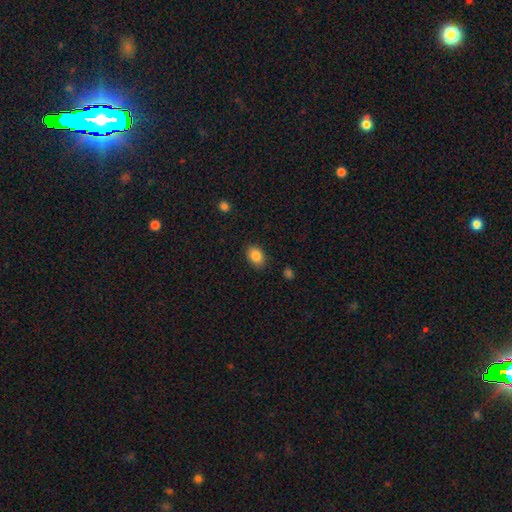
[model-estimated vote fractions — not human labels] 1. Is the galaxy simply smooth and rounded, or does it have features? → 86% smooth, 9% star or artifact, 5% featured or disk.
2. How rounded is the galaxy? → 77% in between, 22% round, 1% cigar-shaped.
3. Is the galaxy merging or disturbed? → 85% none, 11% minor disturbance, 3% major disturbance, 1% merger.